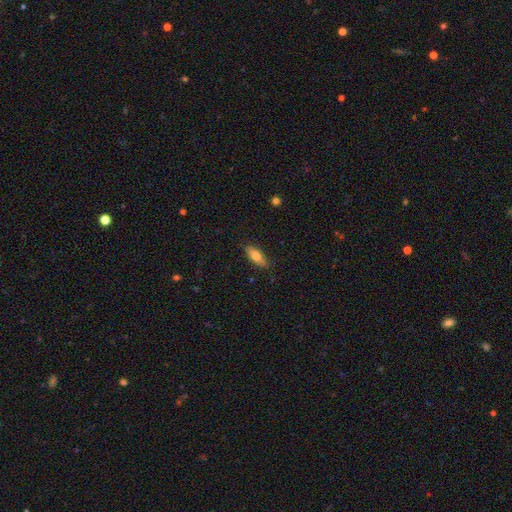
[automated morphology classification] A smooth galaxy with no disk features (74%) that is in between round and cigar-shaped (72%).

Vote fractions:
- Smooth or featured? smooth: 74% / featured or disk: 19% / star or artifact: 7%
- How rounded? in between: 72% / cigar-shaped: 25% / round: 3%
- Merging? none: 83% / minor disturbance: 14% / major disturbance: 2% / merger: 1%